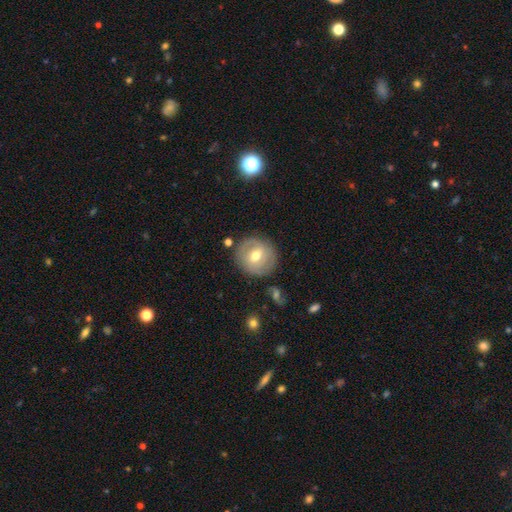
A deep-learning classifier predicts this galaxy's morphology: smooth 48%, featured or disk 44%, star or artifact 8%. Down the decision tree: merging — none (82%).